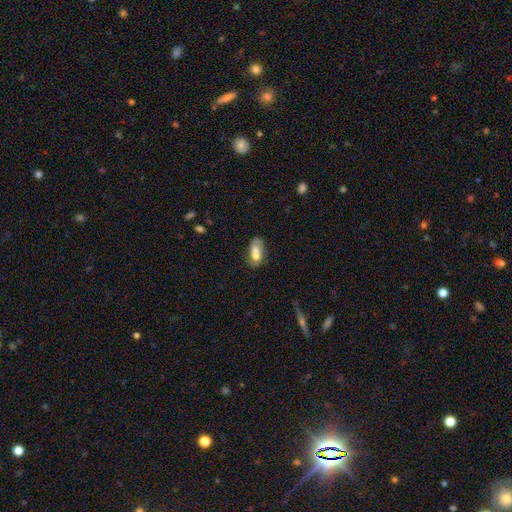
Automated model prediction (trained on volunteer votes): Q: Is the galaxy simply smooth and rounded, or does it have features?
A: smooth — 62%.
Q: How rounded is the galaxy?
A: in between — 81%.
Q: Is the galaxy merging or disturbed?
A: merger — 43%.